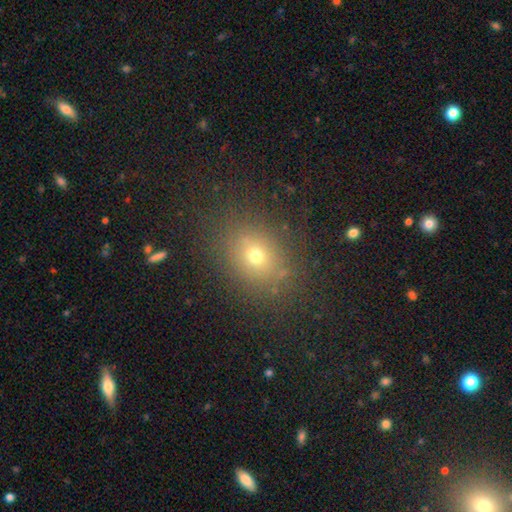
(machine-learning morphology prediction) Smooth or featured? Predicted: smooth (p=0.67). How rounded? Predicted: round (p=0.53). Merging? Predicted: none (p=0.81).